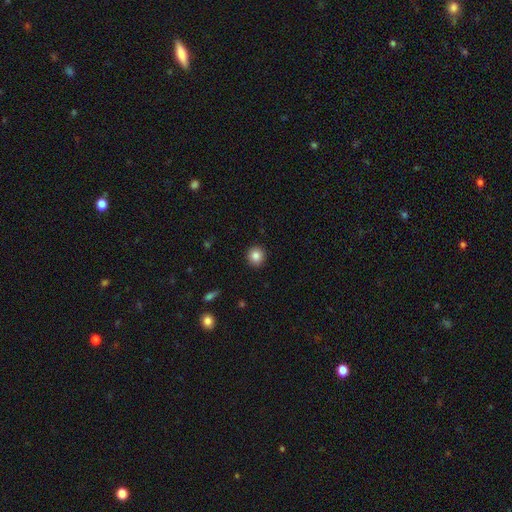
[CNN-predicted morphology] Overall: smooth (85%). How rounded: round (92%). Merging: none (92%).